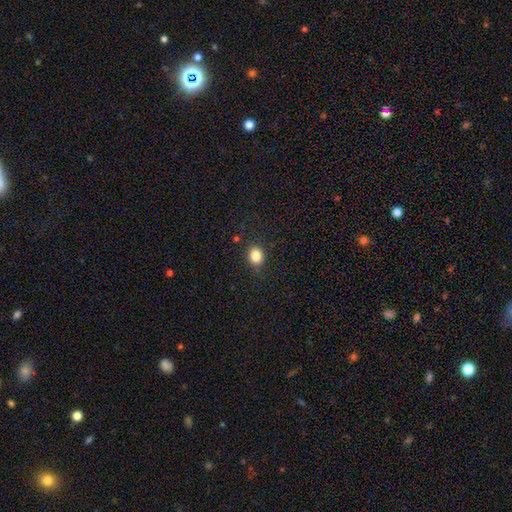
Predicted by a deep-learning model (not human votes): Overall: smooth (84%). How rounded: round (63%; in between 36%). Merging: none (86%).